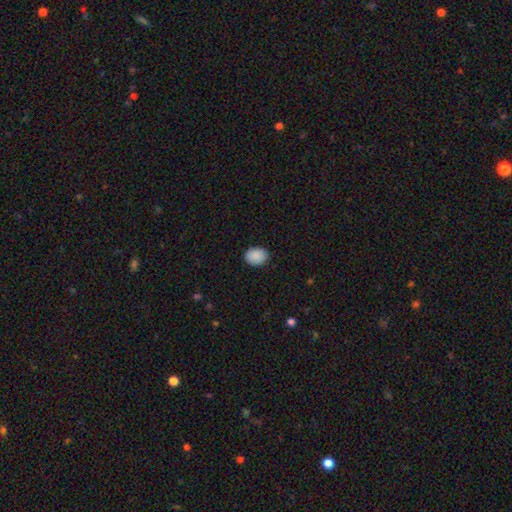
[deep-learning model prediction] A smooth galaxy with no disk features (90%) that is in between round and cigar-shaped (58%). Merging: none (87%).